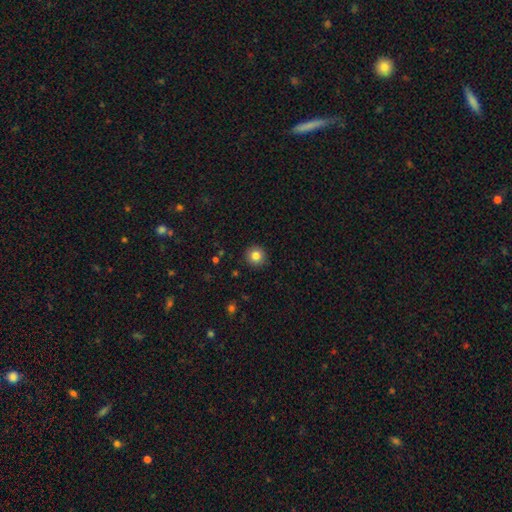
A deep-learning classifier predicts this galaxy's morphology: This appears to be a smooth galaxy with no disk features (83%) that is round (94%). Merging: none (92%).